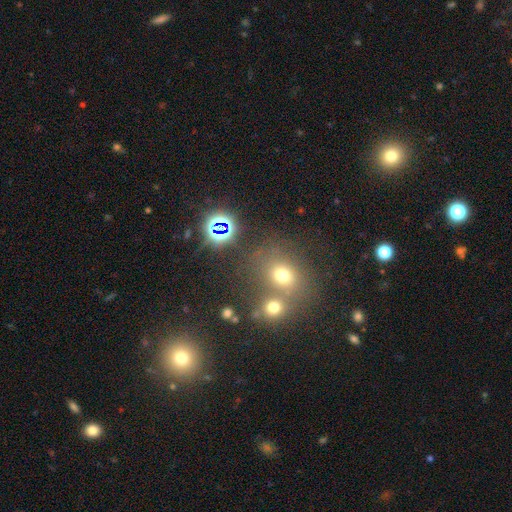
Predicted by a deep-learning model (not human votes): Smooth or featured? Predicted: smooth (p=0.47). Merging? Predicted: none (p=0.64).